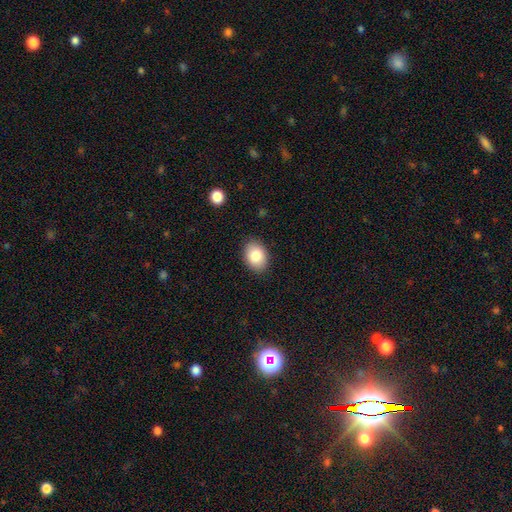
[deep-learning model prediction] Morphology: type=smooth (85%); roundness=in between (78%); merging=none (87%).